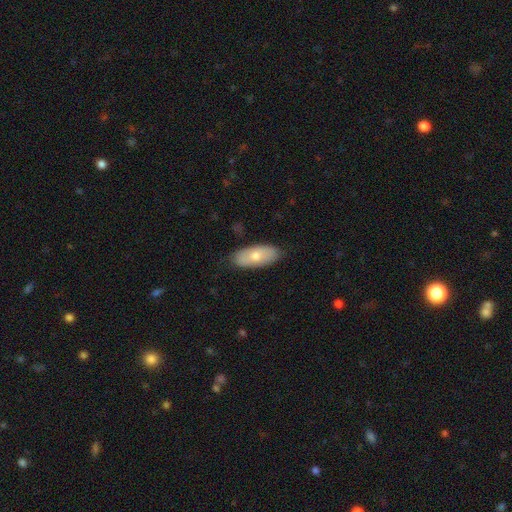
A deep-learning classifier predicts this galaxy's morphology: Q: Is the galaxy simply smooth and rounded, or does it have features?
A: smooth — 70%.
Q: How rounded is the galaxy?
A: in between — 86%.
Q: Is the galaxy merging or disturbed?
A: none — 83%.